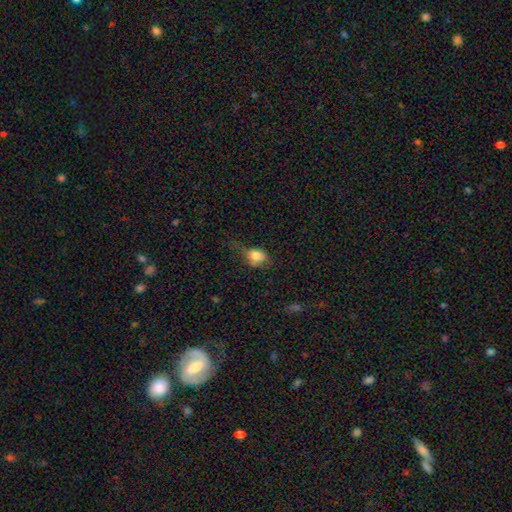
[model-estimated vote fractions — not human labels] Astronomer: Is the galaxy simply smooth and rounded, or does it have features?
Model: smooth — 80%.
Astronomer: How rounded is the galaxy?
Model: in between — 65%.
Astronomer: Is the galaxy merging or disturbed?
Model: minor disturbance — 34% (runner-up: none, 32%).